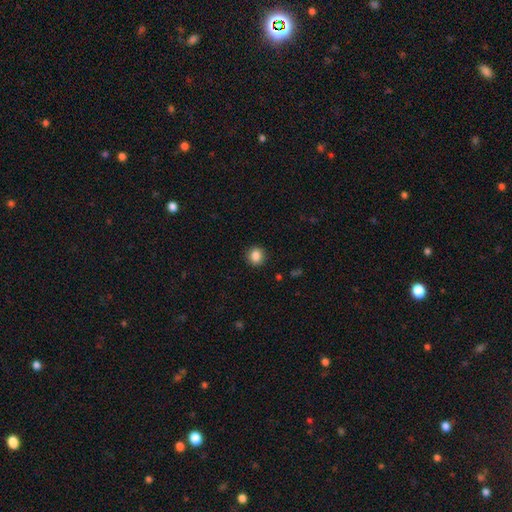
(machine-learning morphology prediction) The model was most divided on "how rounded": round: 84%, in between: 15%, cigar-shaped: 1%. More confident: merging — none (91%); smooth or featured — smooth (86%).